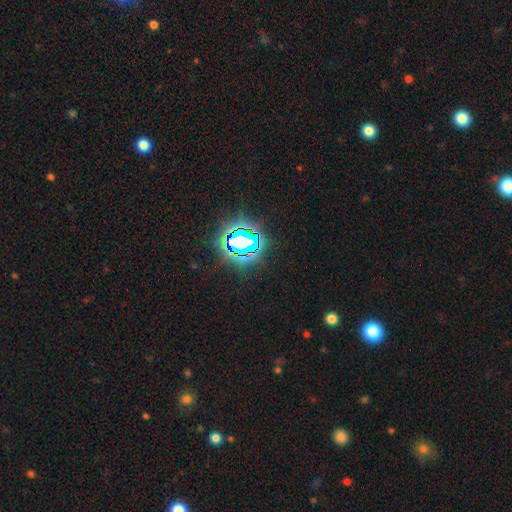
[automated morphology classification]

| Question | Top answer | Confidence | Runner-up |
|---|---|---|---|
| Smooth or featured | star or artifact | 84% | smooth (11%) |